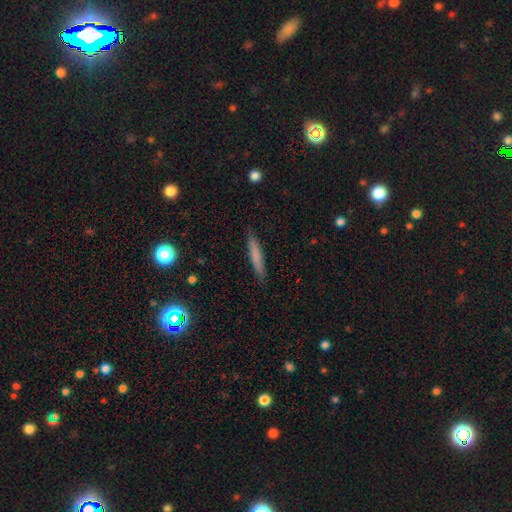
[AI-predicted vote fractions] Morphology: type=smooth (73%); roundness=cigar-shaped (93%); merging=none (89%).